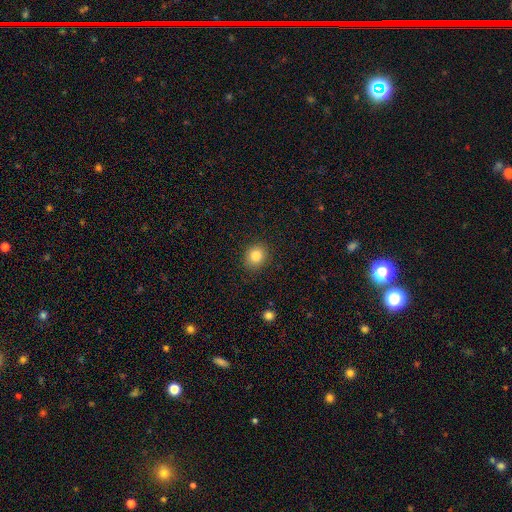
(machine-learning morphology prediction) This appears to be a smooth galaxy with no disk features (83%) that is round (77%). Merging: none (89%).